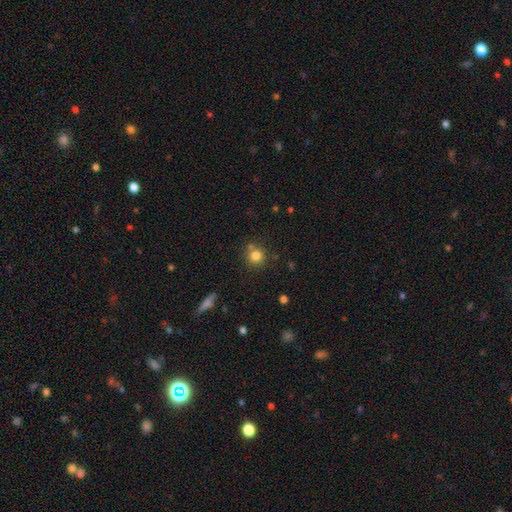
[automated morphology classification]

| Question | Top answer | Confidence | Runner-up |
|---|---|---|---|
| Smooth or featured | smooth | 81% | star or artifact (12%) |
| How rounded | round | 92% | in between (7%) |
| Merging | none | 73% | merger (14%) |